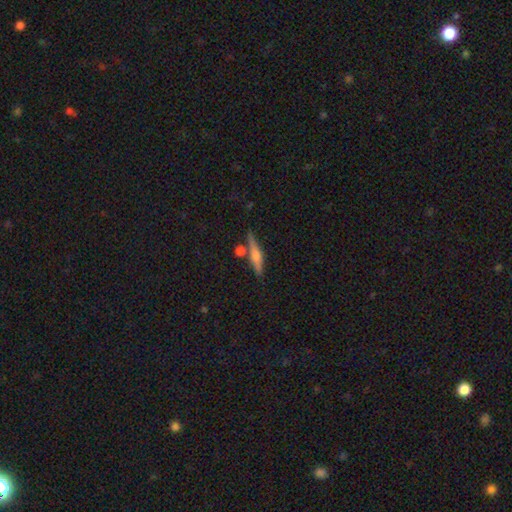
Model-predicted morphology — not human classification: A featured or disk galaxy (49%).

Vote fractions:
- Smooth or featured? featured or disk: 49% / smooth: 43% / star or artifact: 8%
- Merging? none: 73% / merger: 12% / minor disturbance: 12% / major disturbance: 3%